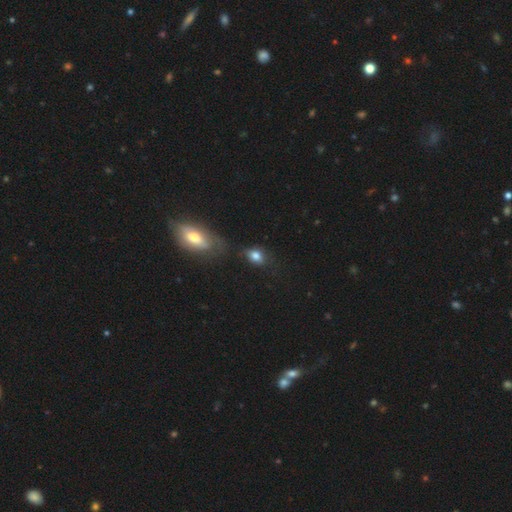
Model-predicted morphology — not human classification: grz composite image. It shows a smooth galaxy with no disk features (78%) that is in between round and cigar-shaped (70%). Merging: none (58%).